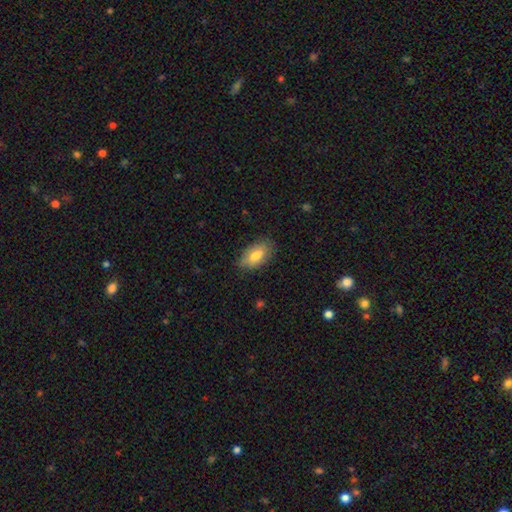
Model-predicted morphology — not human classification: Smooth or featured?
  - smooth: 77% *
  - featured or disk: 16%
  - star or artifact: 6%
How rounded?
  - in between: 92% *
  - cigar-shaped: 4%
  - round: 4%
Merging?
  - none: 79% *
  - minor disturbance: 16%
  - major disturbance: 3%
  - merger: 1%